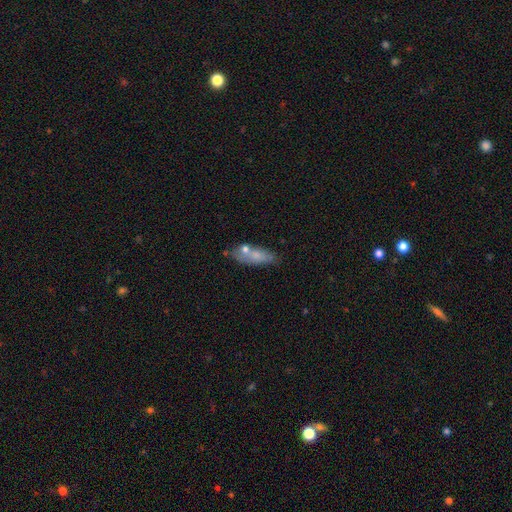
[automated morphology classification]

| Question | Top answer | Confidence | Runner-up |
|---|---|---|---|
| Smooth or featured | smooth | 68% | featured or disk (24%) |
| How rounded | in between | 67% | cigar-shaped (29%) |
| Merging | none | 52% | merger (20%) |